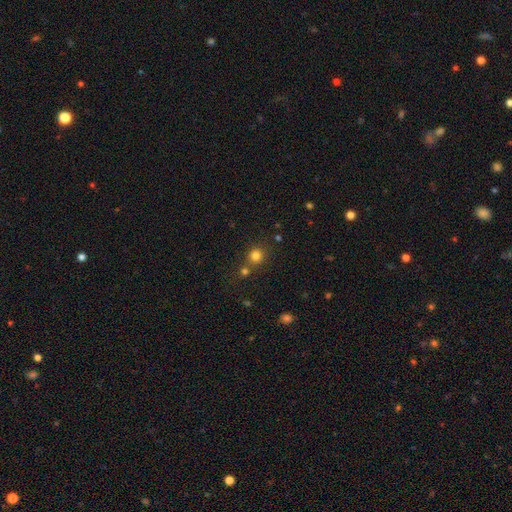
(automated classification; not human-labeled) Smooth or featured?
  - smooth: 79% *
  - star or artifact: 15%
  - featured or disk: 6%
How rounded?
  - round: 89% *
  - in between: 10%
  - cigar-shaped: 1%
Merging?
  - none: 67% *
  - merger: 22%
  - minor disturbance: 8%
  - major disturbance: 3%